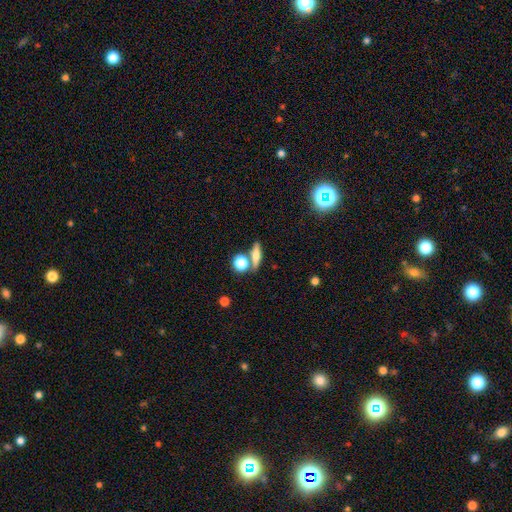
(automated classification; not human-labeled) A smooth galaxy with no disk features (60%) that is cigar-shaped (43%). Merging: none (66%).